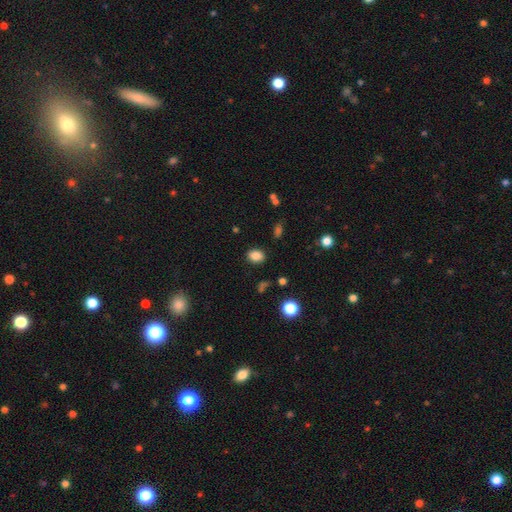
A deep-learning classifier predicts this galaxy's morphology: A smooth galaxy with no disk features (84%) that is in between round and cigar-shaped (65%). Merging: none (87%).